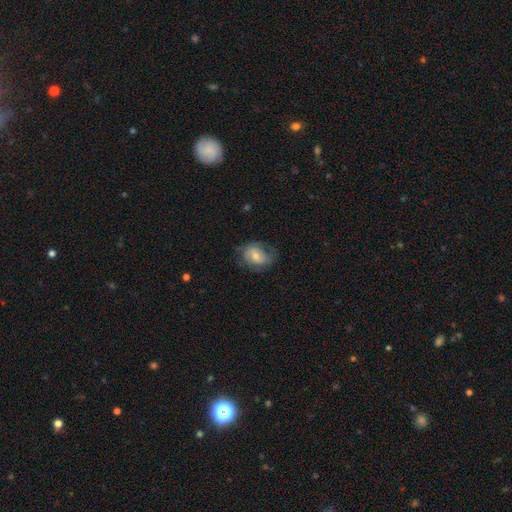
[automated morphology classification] type=smooth (48%); merging=none (59%).